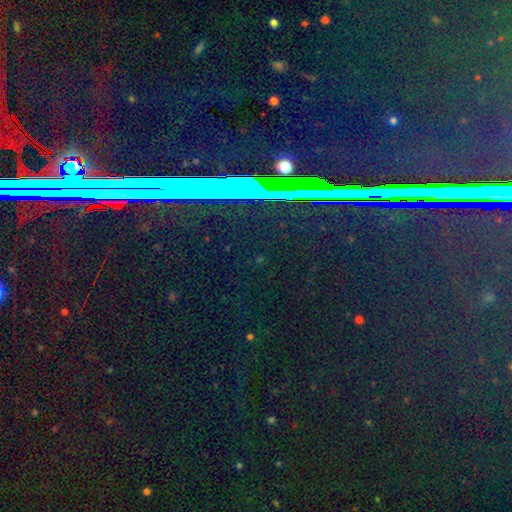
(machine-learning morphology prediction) This is clearly a star or artifact rather than a galaxy (84%).